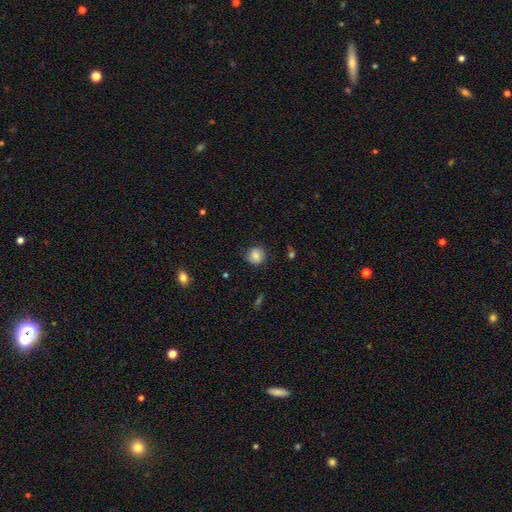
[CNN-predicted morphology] Smooth or featured? Predicted: smooth (p=0.76). How rounded? Predicted: round (p=0.82). Merging? Predicted: none (p=0.77).